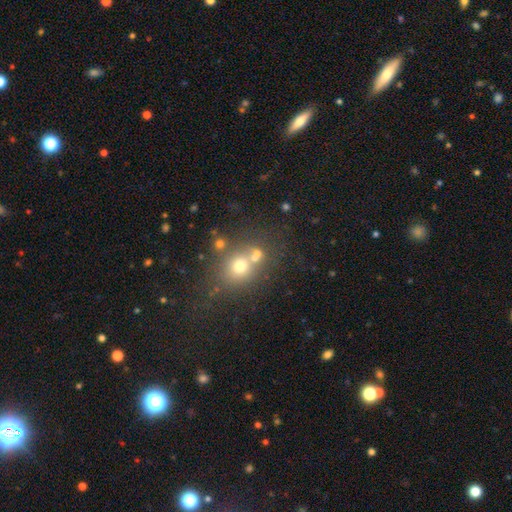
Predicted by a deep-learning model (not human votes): A smooth galaxy with no disk features (65%) that is round (76%).

Vote fractions:
- Smooth or featured? smooth: 65% / star or artifact: 20% / featured or disk: 16%
- How rounded? round: 76% / in between: 23% / cigar-shaped: 1%
- Merging? none: 54% / merger: 30% / minor disturbance: 10% / major disturbance: 5%